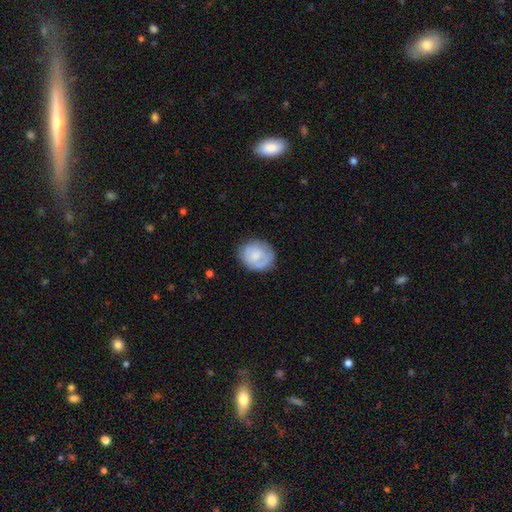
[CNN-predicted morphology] This is possibly a smooth galaxy (57%). How rounded: likely round (73%). Merging: likely none (73%).